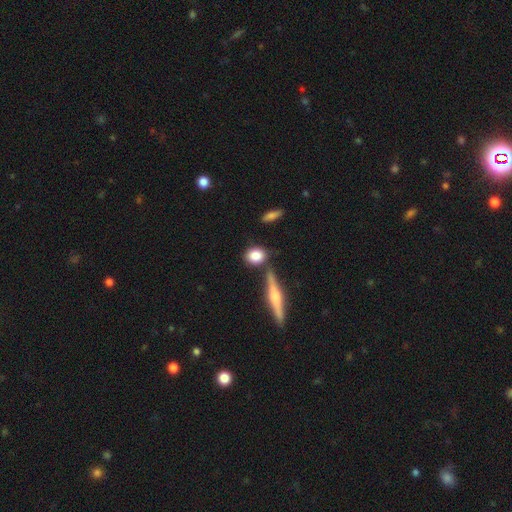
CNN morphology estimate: Smooth or featured? smooth (82%)
How rounded? round (51%)
Merging? none (70%)